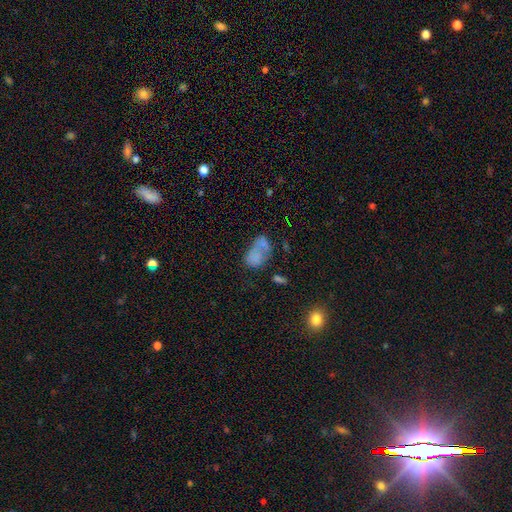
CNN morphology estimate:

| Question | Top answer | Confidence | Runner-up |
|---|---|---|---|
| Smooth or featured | smooth | 64% | featured or disk (21%) |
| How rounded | in between | 84% | round (14%) |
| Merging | merger | 34% | none (28%) |